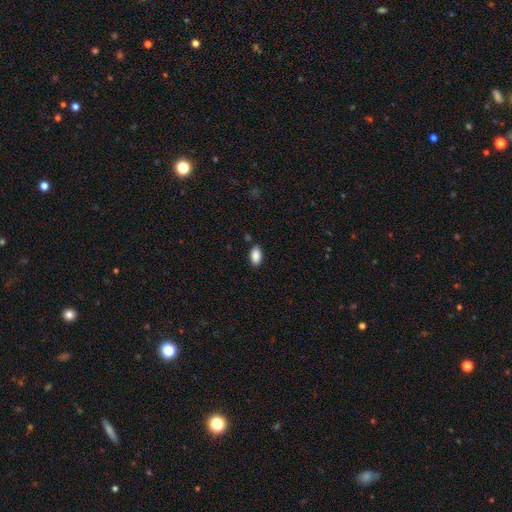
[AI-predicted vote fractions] Smooth or featured?
  - smooth: 89% *
  - star or artifact: 7%
  - featured or disk: 3%
How rounded?
  - in between: 94% *
  - round: 4%
  - cigar-shaped: 3%
Merging?
  - none: 87% *
  - minor disturbance: 9%
  - major disturbance: 2%
  - merger: 2%